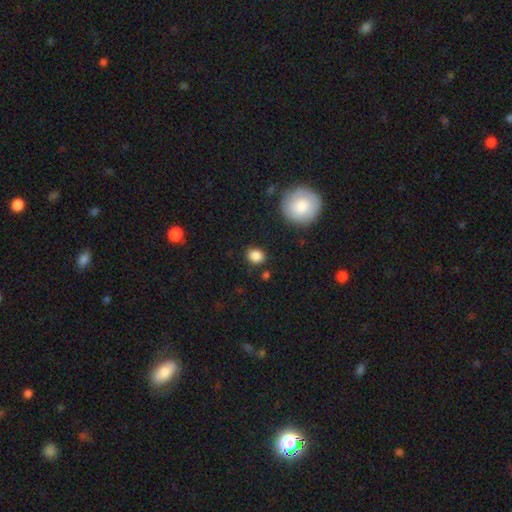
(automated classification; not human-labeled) smooth 87%, star or artifact 9%, featured or disk 4%. Down the decision tree: how rounded — round (61%); merging — none (84%).